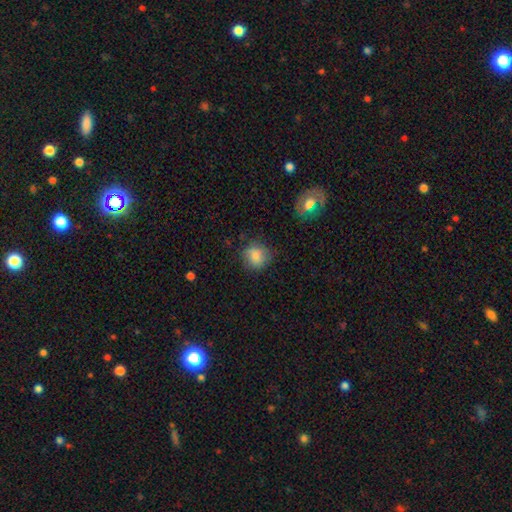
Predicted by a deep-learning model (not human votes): This is clearly a smooth galaxy (82%). How rounded: likely round (78%). Merging: likely none (75%).